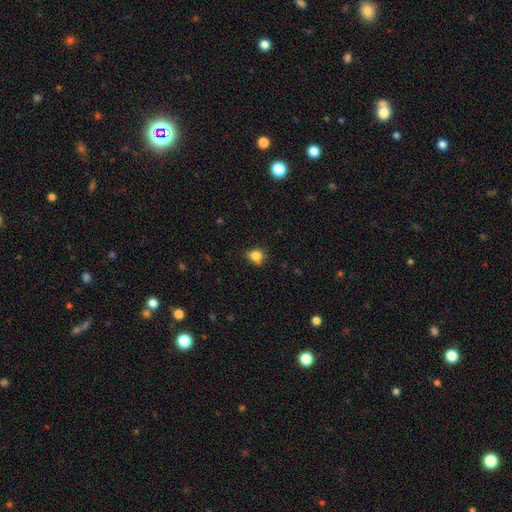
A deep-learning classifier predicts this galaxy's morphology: smooth 81%, star or artifact 12%, featured or disk 7%. Down the decision tree: how rounded — round (68%); merging — none (66%).